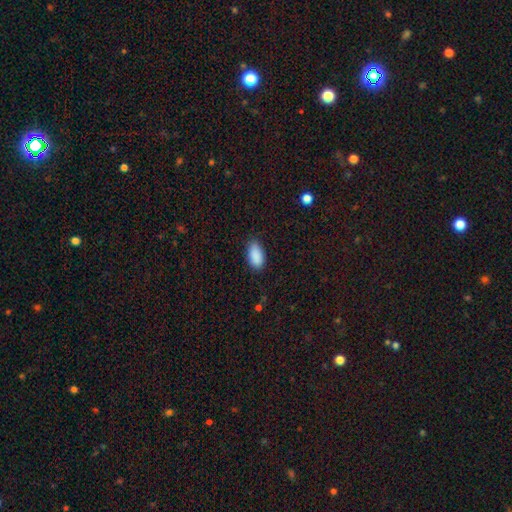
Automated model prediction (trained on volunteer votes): This appears to be a smooth galaxy with no disk features (89%) that is in between round and cigar-shaped (93%). Merging: none (80%).